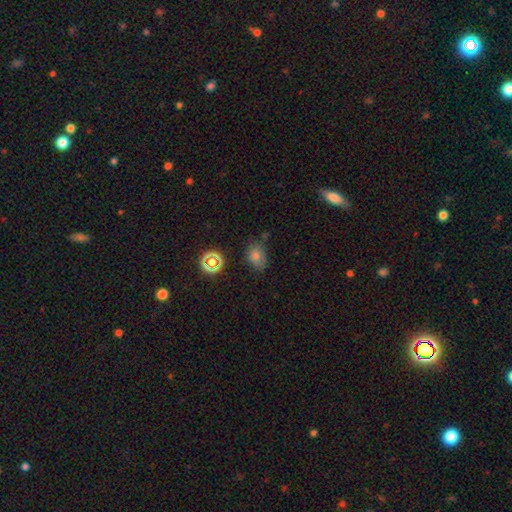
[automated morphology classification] A smooth galaxy with no disk features (70%) that is in between round and cigar-shaped (70%).

Vote fractions:
- Smooth or featured? smooth: 70% / star or artifact: 21% / featured or disk: 9%
- How rounded? in between: 70% / round: 29% / cigar-shaped: 1%
- Merging? none: 68% / minor disturbance: 21% / major disturbance: 6% / merger: 5%